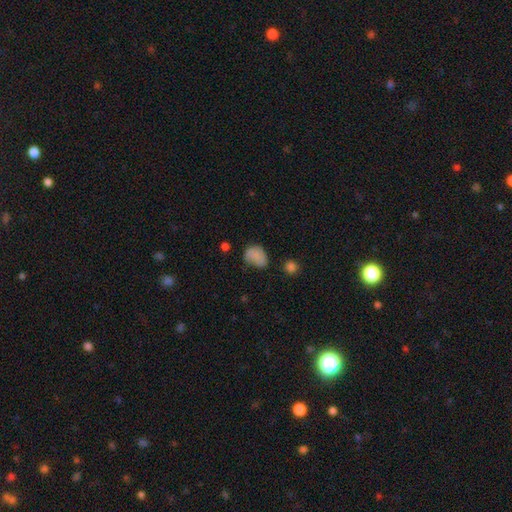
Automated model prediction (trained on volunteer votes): Q: Smooth or featured?
A: smooth (73%); runner-up: featured or disk (17%)
Q: How rounded?
A: in between (66%); runner-up: round (32%)
Q: Merging?
A: none (46%); runner-up: minor disturbance (34%)